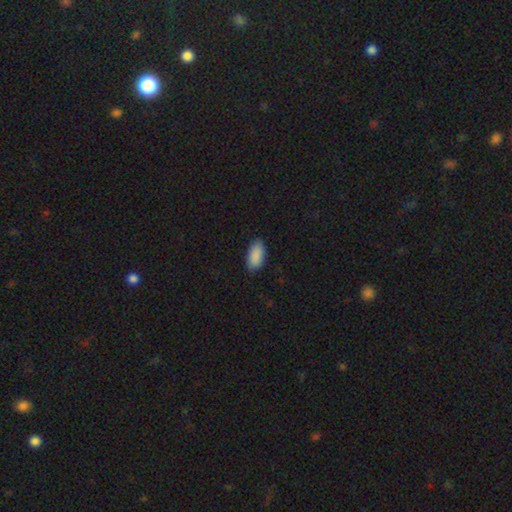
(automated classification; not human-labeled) This appears to be a smooth galaxy with no disk features (91%) that is in between round and cigar-shaped (94%). Merging: none (85%).